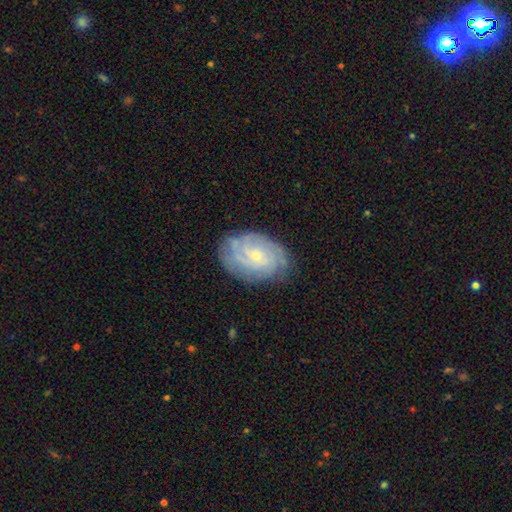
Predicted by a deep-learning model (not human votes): A featured or disk galaxy (74%) with no bar (68%), tight (70%) spiral arms (91%) and a small central bulge (75%).

Vote fractions:
- Smooth or featured? featured or disk: 74% / smooth: 19% / star or artifact: 7%
- Edge-on disk? no: 96% / yes: 4%
- Bar? no: 68% / weak: 27% / strong: 4%
- Spiral arms? yes: 91% / no: 9%
- Spiral winding? tight: 70% / medium: 24% / loose: 6%
- Spiral arm count? can't tell: 45% / 2: 16% / 3: 15% / 4: 13% / more than 4: 6% / 1: 5%
- Bulge size? small: 75% / moderate: 21% / none: 2% / large: 1% / dominant: 1%
- Merging? none: 78% / minor disturbance: 17% / major disturbance: 4% / merger: 1%